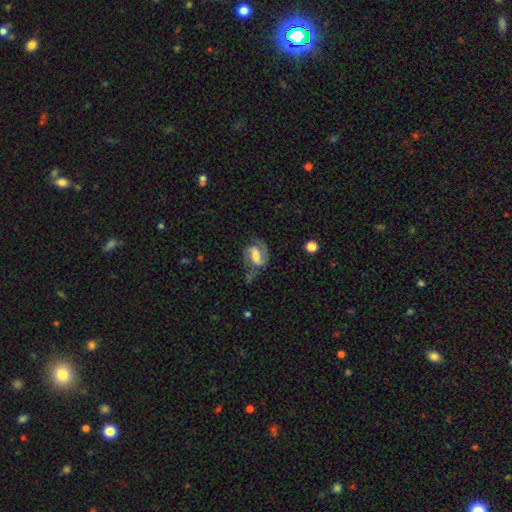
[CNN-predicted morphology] Smooth or featured?
  - featured or disk: 85% *
  - smooth: 9%
  - star or artifact: 6%
Edge-on disk?
  - no: 98% *
  - yes: 2%
Bar?
  - weak: 43% *
  - strong: 41%
  - no: 16%
Spiral arms?
  - yes: 96% *
  - no: 4%
Spiral winding?
  - medium: 55% *
  - tight: 28%
  - loose: 17%
Spiral arm count?
  - 2: 89% *
  - 1: 5%
  - can't tell: 3%
  - 3: 1%
  - 4: 1%
  - more than 4: 1%
Bulge size?
  - moderate: 35% *
  - large: 22%
  - small: 21%
  - none: 19%
  - dominant: 3%
Merging?
  - none: 64% *
  - minor disturbance: 20%
  - major disturbance: 12%
  - merger: 4%